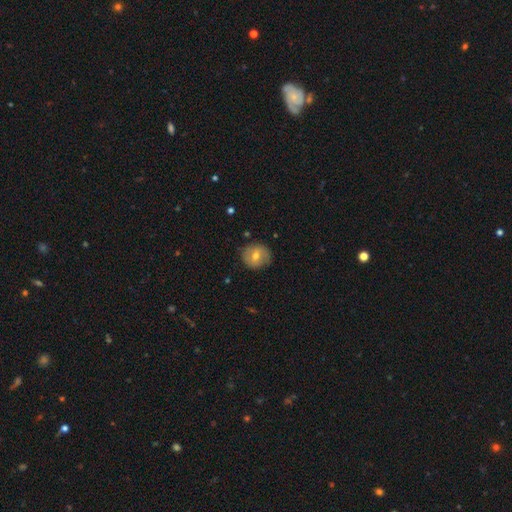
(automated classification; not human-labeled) Morphology: type=smooth (59%); roundness=round (85%); merging=none (82%).